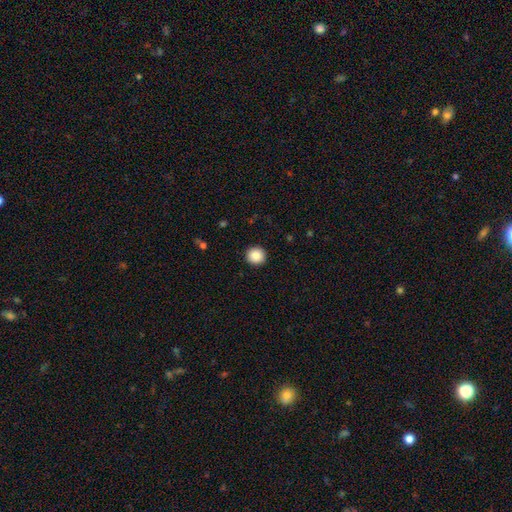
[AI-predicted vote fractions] The model was most divided on "smooth or featured": smooth: 88%, star or artifact: 9%, featured or disk: 3%. More confident: how rounded — round (93%); merging — none (93%).